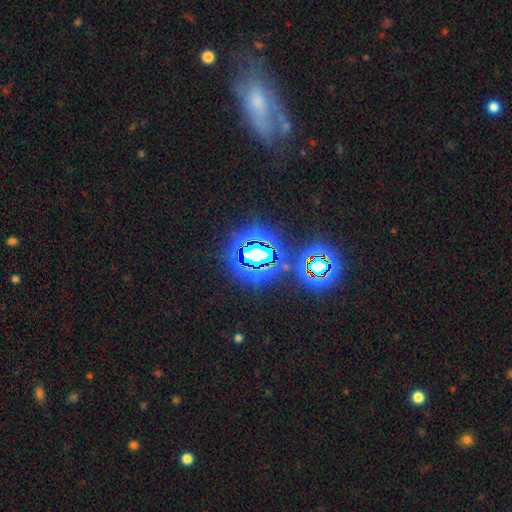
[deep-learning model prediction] Smooth or featured?
  - star or artifact: 78% *
  - smooth: 14%
  - featured or disk: 9%